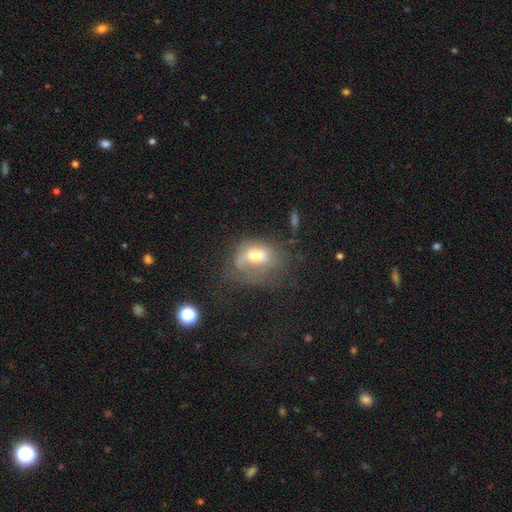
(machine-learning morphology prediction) smooth-or-featured: smooth: 56% | featured or disk: 33% | star or artifact: 11%
  how-rounded: in between: 71% | round: 27% | cigar-shaped: 2%
  merging: major disturbance: 40% | none: 31% | minor disturbance: 25% | merger: 5%